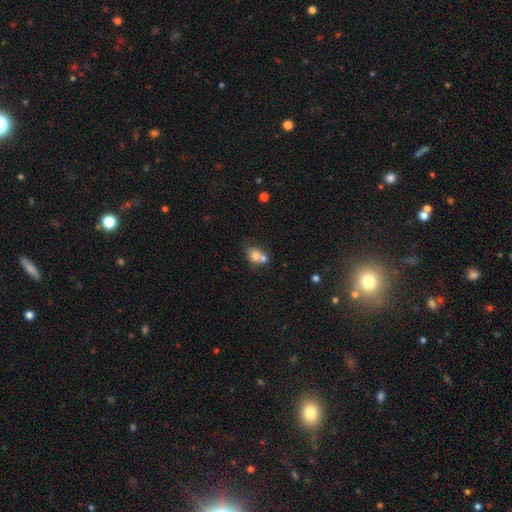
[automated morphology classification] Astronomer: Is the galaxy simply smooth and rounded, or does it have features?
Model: smooth — 73%.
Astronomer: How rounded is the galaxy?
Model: round — 50% (runner-up: in between, 49%).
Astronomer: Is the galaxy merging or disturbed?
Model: merger — 52% (runner-up: none, 31%).